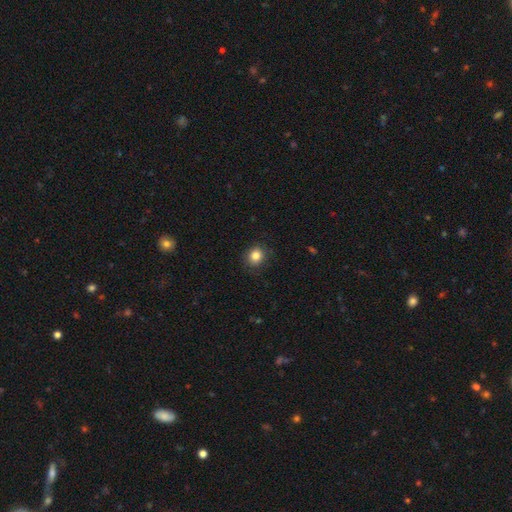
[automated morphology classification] This is clearly a smooth galaxy (84%). How rounded: likely round (79%). Merging: clearly none (85%).